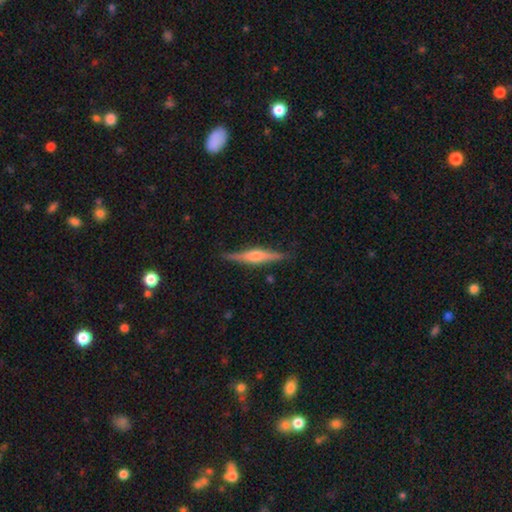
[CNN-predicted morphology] featured or disk 73%, smooth 21%, star or artifact 6%. Down the decision tree: edge-on disk — yes (97%); edge-on bulge — rounded (82%); merging — none (86%).